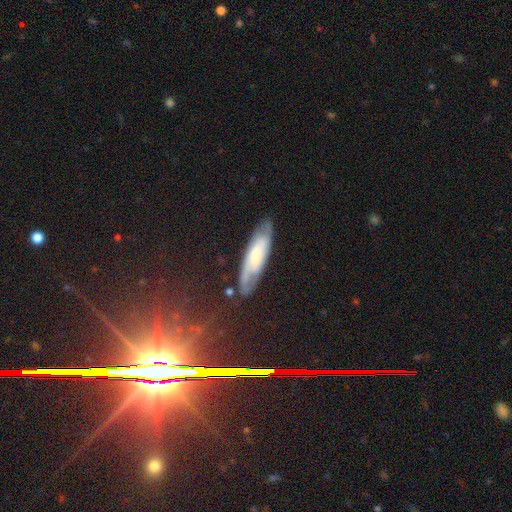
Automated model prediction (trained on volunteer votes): Smooth or featured: featured or disk — 55% (smooth — 37%)
Edge-on disk: no — 70% (yes — 30%)
Merging: none — 74% (minor disturbance — 18%)